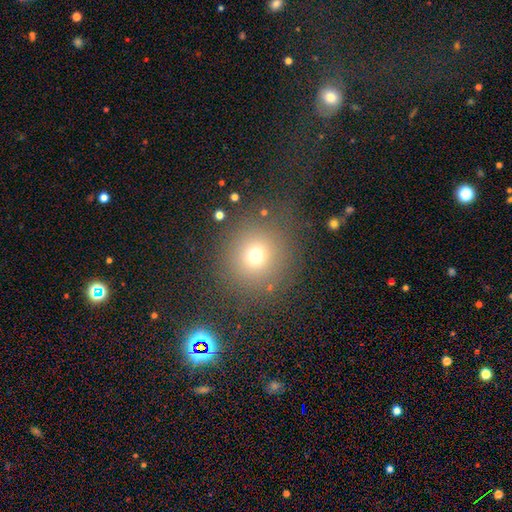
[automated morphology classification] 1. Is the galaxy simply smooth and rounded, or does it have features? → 70% smooth, 20% star or artifact, 10% featured or disk.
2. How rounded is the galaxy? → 91% round, 8% in between, 1% cigar-shaped.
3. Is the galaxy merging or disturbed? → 81% none, 10% minor disturbance, 6% major disturbance, 3% merger.